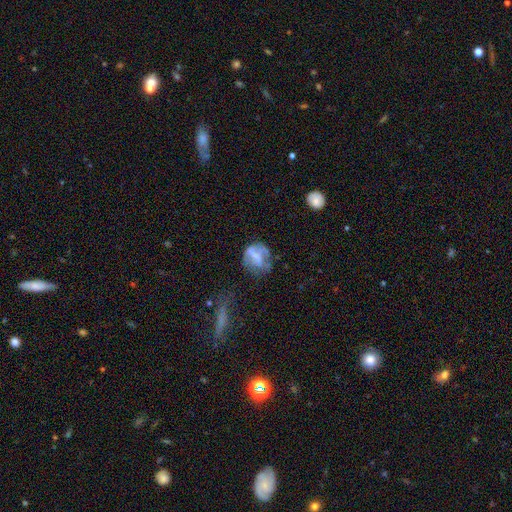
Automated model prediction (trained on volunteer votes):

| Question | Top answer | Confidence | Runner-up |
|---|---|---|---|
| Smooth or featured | featured or disk | 45% | smooth (42%) |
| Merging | none | 41% | major disturbance (29%) |